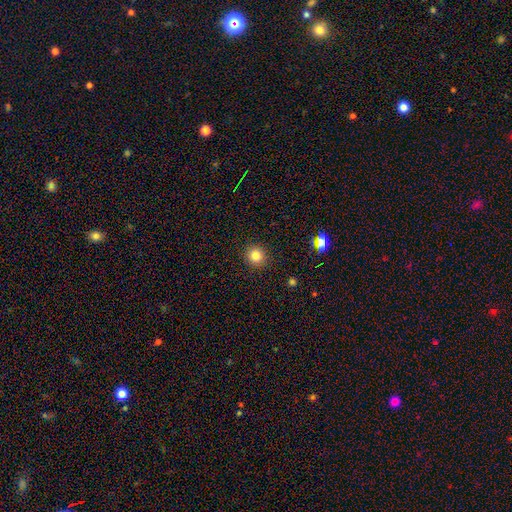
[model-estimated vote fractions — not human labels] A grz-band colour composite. It shows a smooth galaxy with no disk features (82%) that is round (92%). Merging: none (92%).